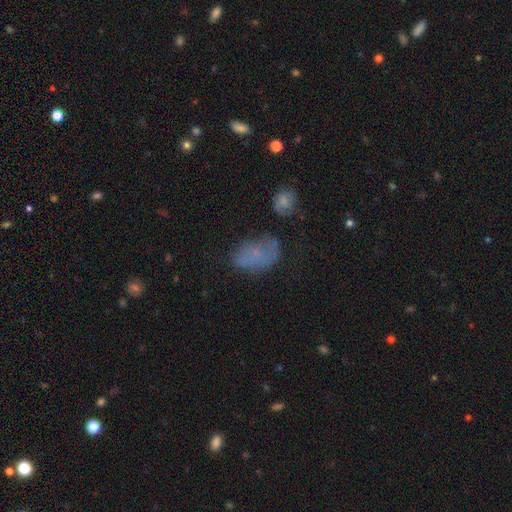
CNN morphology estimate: Smooth or featured?
  - smooth: 62% *
  - featured or disk: 22%
  - star or artifact: 17%
How rounded?
  - in between: 86% *
  - round: 12%
  - cigar-shaped: 2%
Merging?
  - none: 48% *
  - minor disturbance: 29%
  - major disturbance: 17%
  - merger: 7%